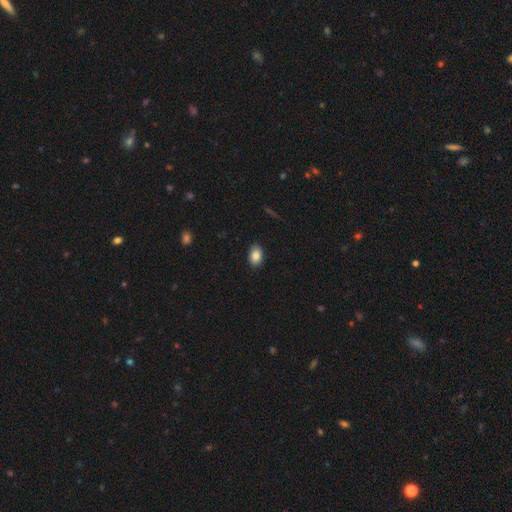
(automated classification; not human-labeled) The model was most divided on "how rounded": in between: 85%, round: 14%, cigar-shaped: 1%. More confident: merging — none (88%); smooth or featured — smooth (85%).